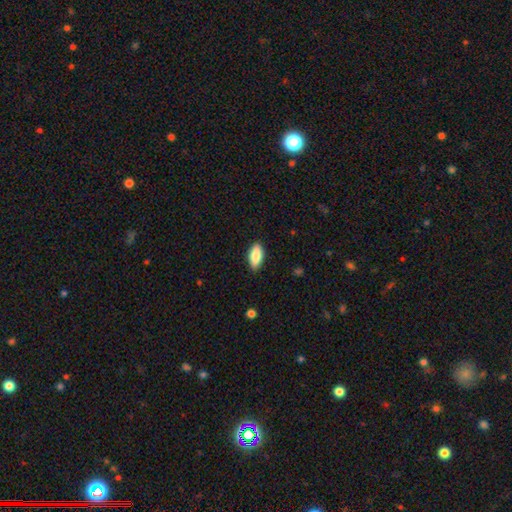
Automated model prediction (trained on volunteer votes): Smooth or featured?
  - smooth: 85% *
  - featured or disk: 9%
  - star or artifact: 6%
How rounded?
  - in between: 84% *
  - cigar-shaped: 13%
  - round: 2%
Merging?
  - none: 87% *
  - minor disturbance: 10%
  - major disturbance: 2%
  - merger: 1%